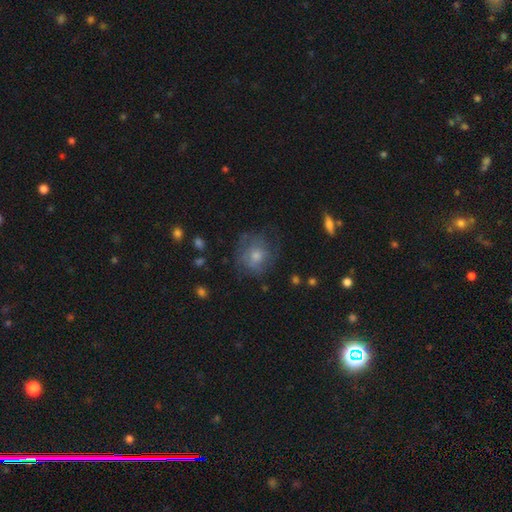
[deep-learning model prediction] A smooth galaxy with no disk features (48%).

Vote fractions:
- Smooth or featured? smooth: 48% / featured or disk: 37% / star or artifact: 16%
- Merging? none: 72% / minor disturbance: 17% / major disturbance: 10% / merger: 1%